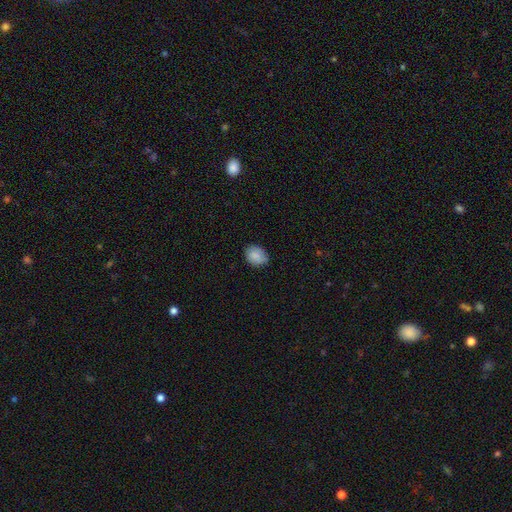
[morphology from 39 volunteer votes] Smooth or featured? 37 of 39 (95%) said smooth. How rounded? 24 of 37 (65%) said in between. Merging? 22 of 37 (59%) said none.